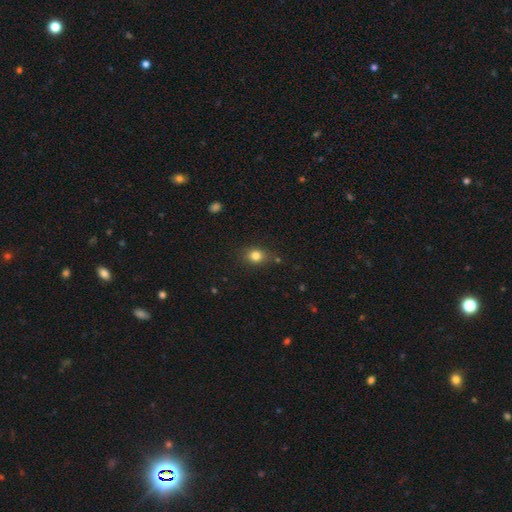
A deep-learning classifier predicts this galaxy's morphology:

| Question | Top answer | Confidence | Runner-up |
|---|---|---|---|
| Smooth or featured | smooth | 81% | star or artifact (12%) |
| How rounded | round | 53% | in between (46%) |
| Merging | none | 78% | minor disturbance (15%) |